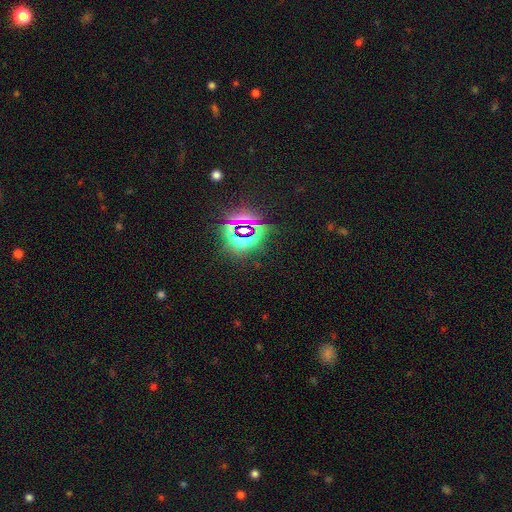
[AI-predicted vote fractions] This appears to be a star or artifact, not a galaxy (77%).